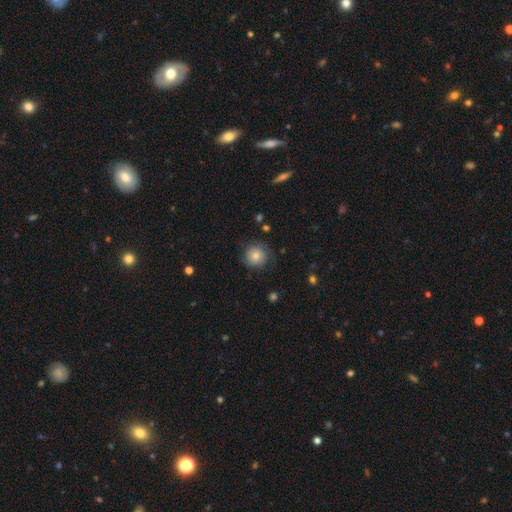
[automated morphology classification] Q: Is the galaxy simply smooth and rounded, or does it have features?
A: smooth — 71%.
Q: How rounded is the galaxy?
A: round — 92%.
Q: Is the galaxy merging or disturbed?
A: none — 75%.